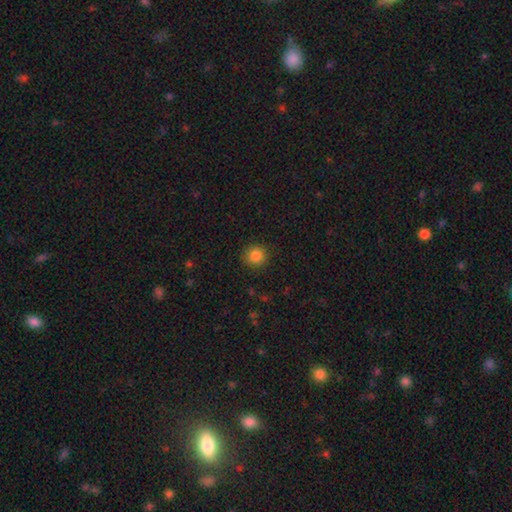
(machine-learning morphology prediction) Q: Smooth or featured?
A: smooth (84%); runner-up: star or artifact (11%)
Q: How rounded?
A: round (92%); runner-up: in between (7%)
Q: Merging?
A: none (90%); runner-up: minor disturbance (7%)